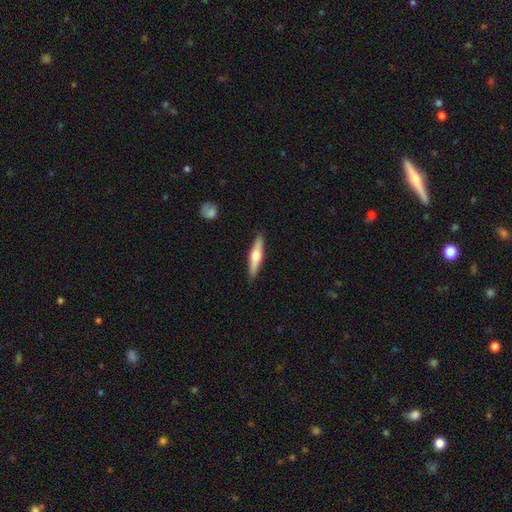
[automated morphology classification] The model was most divided on "smooth or featured": featured or disk: 48%, smooth: 47%, star or artifact: 5%. More confident: merging — none (90%).